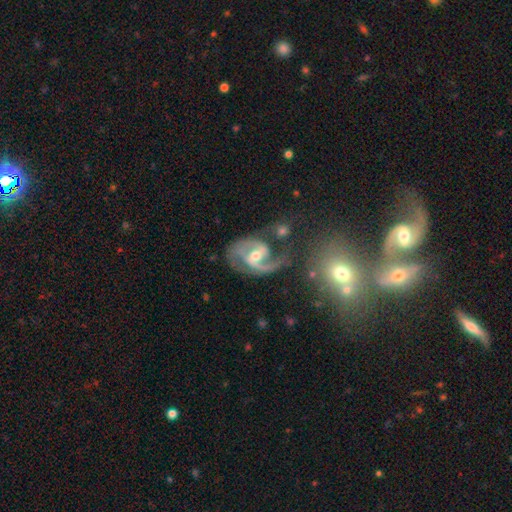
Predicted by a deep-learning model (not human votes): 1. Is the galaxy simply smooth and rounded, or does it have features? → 90% featured or disk, 5% star or artifact, 5% smooth.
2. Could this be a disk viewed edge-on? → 98% no, 2% yes.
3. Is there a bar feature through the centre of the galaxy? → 48% weak, 28% strong, 24% no.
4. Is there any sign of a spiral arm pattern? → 97% yes, 3% no.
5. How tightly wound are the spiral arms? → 56% medium, 28% loose, 15% tight.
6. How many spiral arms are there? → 86% 2, 6% 1, 3% can't tell, 3% 3, 1% 4, 1% more than 4.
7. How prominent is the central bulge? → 63% moderate, 32% small, 3% large, 1% none, 1% dominant.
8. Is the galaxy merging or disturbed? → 54% none, 21% minor disturbance, 16% major disturbance, 9% merger.